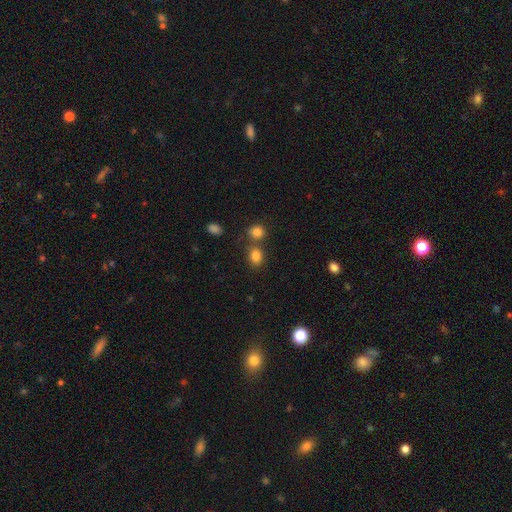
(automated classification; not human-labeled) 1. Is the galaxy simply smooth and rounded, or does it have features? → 82% smooth, 12% star or artifact, 6% featured or disk.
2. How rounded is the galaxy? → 50% round, 49% in between, 1% cigar-shaped.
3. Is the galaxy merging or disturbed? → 62% none, 24% merger, 11% minor disturbance, 4% major disturbance.